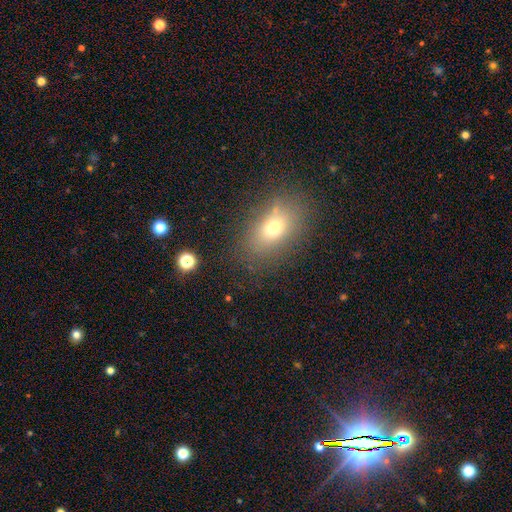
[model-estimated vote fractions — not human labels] Smooth or featured: smooth — 63% (star or artifact — 20%)
How rounded: in between — 76% (round — 20%)
Merging: none — 82% (minor disturbance — 12%)